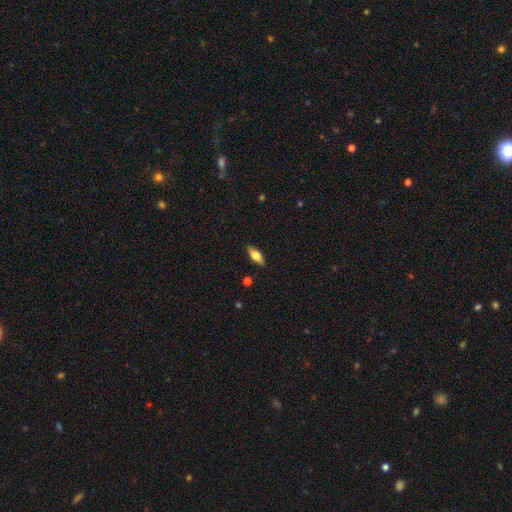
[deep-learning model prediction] Q: Smooth or featured?
A: smooth (63%); runner-up: featured or disk (30%)
Q: How rounded?
A: in between (75%); runner-up: cigar-shaped (22%)
Q: Merging?
A: none (87%); runner-up: minor disturbance (10%)